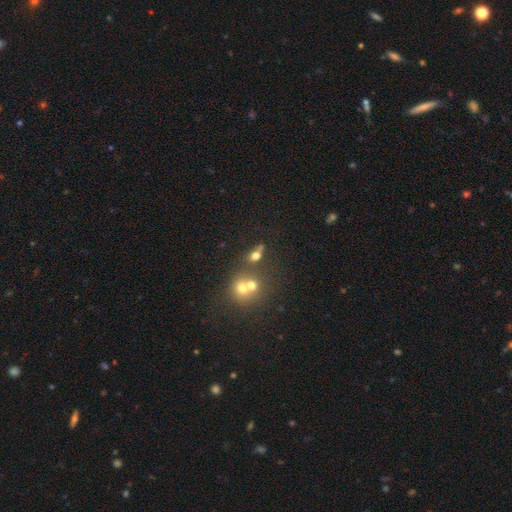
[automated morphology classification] Smooth or featured? smooth (62%)
How rounded? in between (51%)
Merging? none (42%)